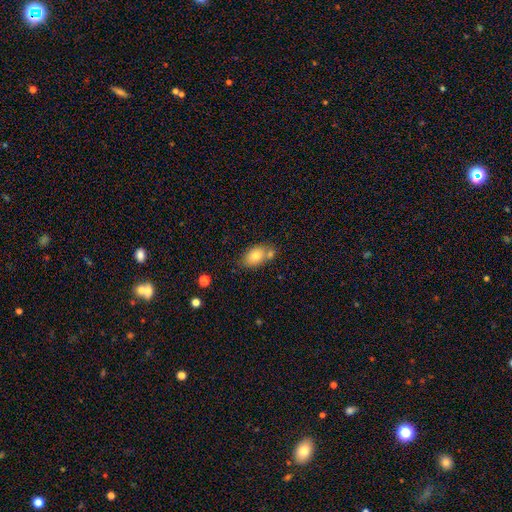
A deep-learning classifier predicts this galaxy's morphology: This is likely a smooth galaxy (77%). How rounded: clearly in between (87%). Merging: possibly none (56%).